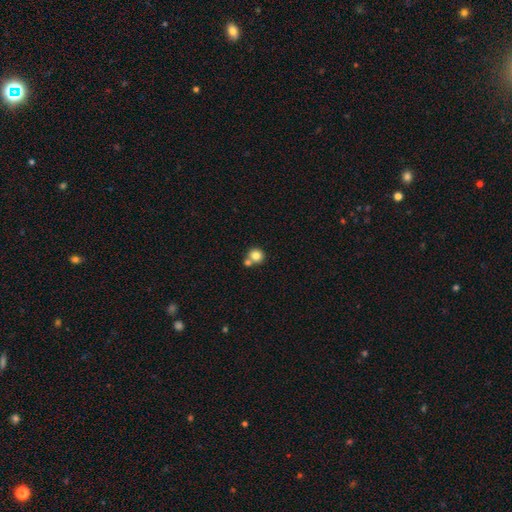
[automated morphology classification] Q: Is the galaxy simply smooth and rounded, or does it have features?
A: smooth — 82%.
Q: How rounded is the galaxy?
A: round — 89%.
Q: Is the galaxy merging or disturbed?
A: none — 54%.